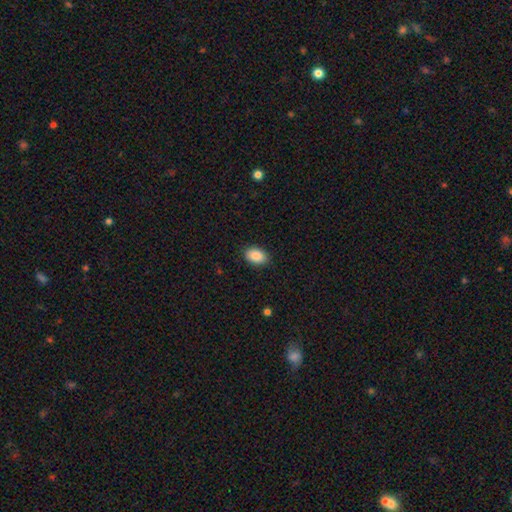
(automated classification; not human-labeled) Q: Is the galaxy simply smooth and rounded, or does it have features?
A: smooth — 88%.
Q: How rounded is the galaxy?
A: in between — 88%.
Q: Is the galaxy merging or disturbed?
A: none — 89%.